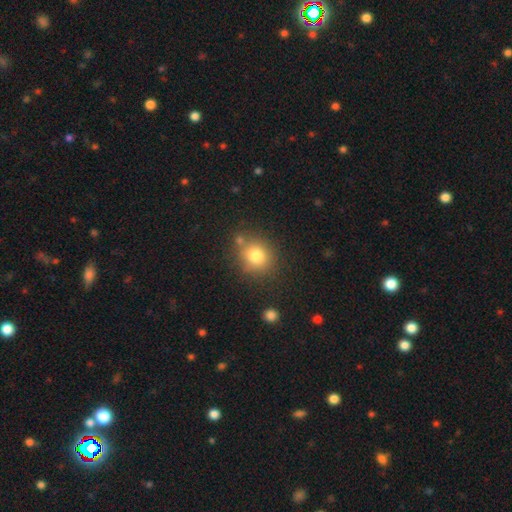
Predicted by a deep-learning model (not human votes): Q: Smooth or featured?
A: smooth (79%); runner-up: star or artifact (12%)
Q: How rounded?
A: round (81%); runner-up: in between (18%)
Q: Merging?
A: none (74%); runner-up: minor disturbance (12%)